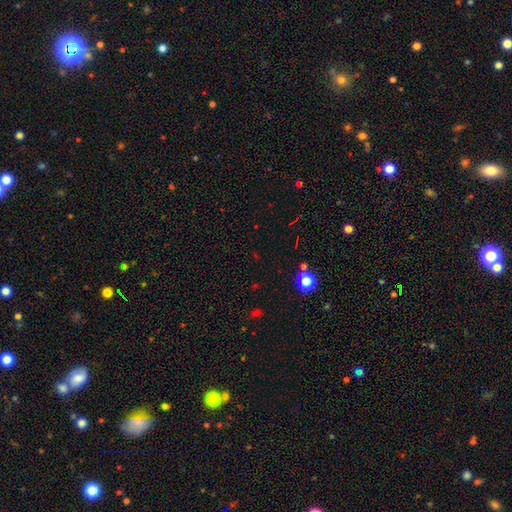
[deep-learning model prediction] This is likely a star or artifact rather than a galaxy (64%).